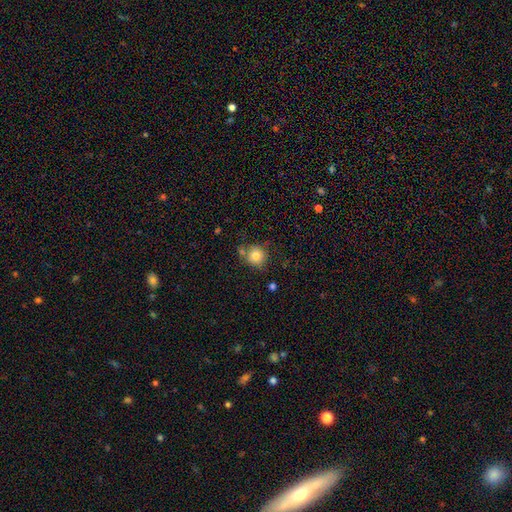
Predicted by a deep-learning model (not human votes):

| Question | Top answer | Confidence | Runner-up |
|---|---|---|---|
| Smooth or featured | smooth | 80% | star or artifact (11%) |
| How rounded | round | 90% | in between (9%) |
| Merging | none | 70% | minor disturbance (14%) |